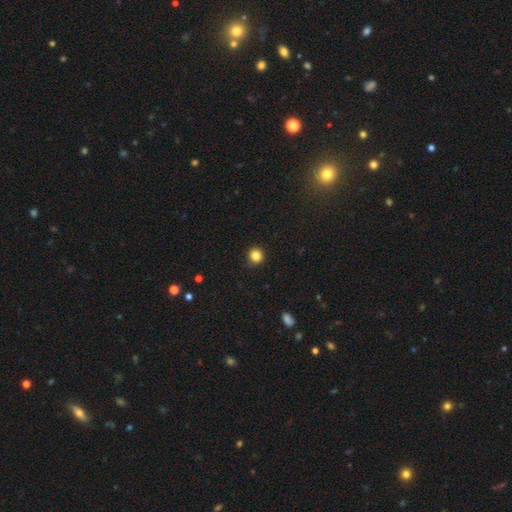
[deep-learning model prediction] A smooth galaxy with no disk features (84%) that is round (90%). Merging: none (87%).